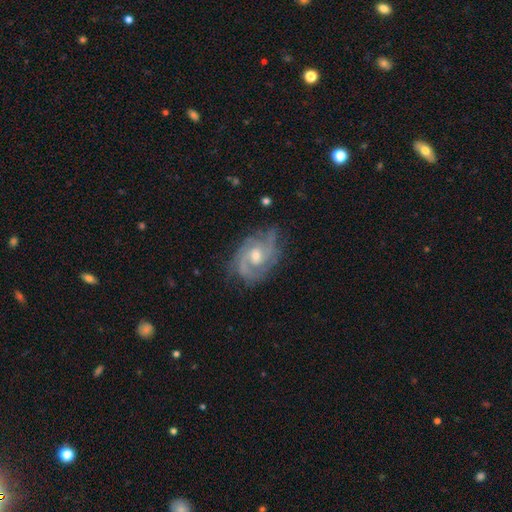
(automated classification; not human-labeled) featured or disk 88%, smooth 6%, star or artifact 5%. Down the decision tree: edge-on disk — no (97%); bar — no (59%); spiral arms — yes (97%); spiral arm count — 2 (43%); spiral winding — tight (50%); bulge size — moderate (58%); merging — none (72%).